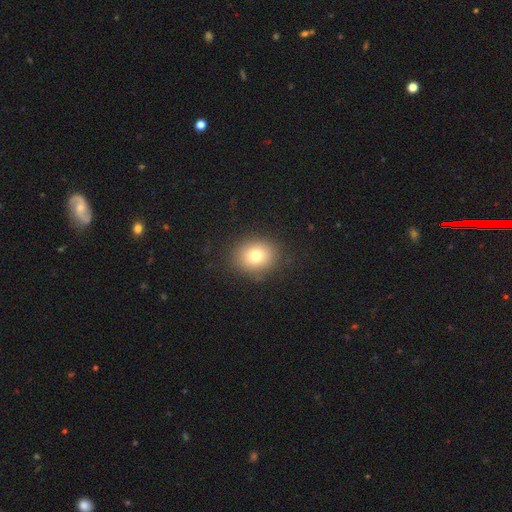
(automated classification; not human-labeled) This is likely a smooth galaxy (76%). How rounded: likely round (66%). Merging: clearly none (87%).